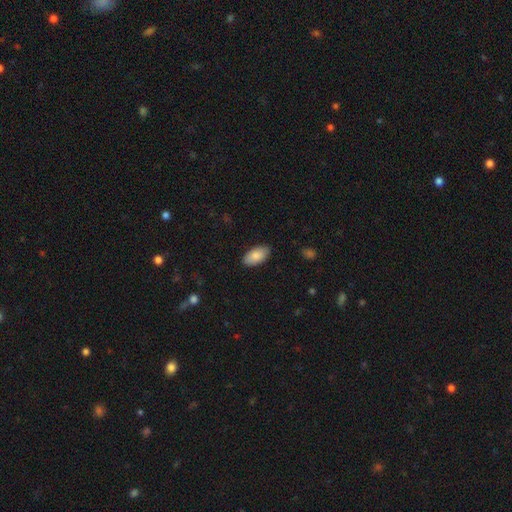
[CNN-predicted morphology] A smooth galaxy with no disk features (85%) that is in between round and cigar-shaped (95%).

Vote fractions:
- Smooth or featured? smooth: 85% / featured or disk: 9% / star or artifact: 6%
- How rounded? in between: 95% / cigar-shaped: 3% / round: 2%
- Merging? none: 87% / minor disturbance: 10% / major disturbance: 2% / merger: 1%